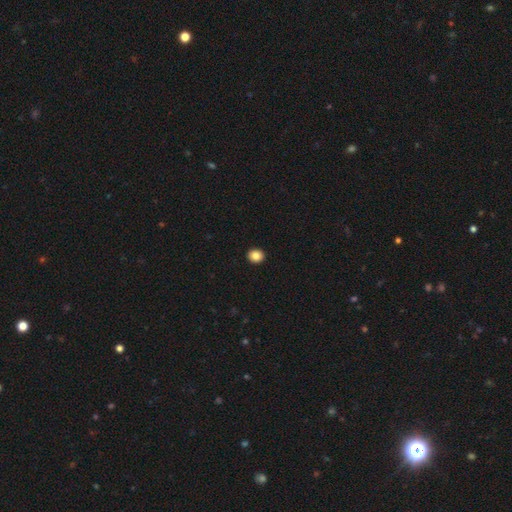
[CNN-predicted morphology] Smooth or featured? Predicted: smooth (p=0.86). How rounded? Predicted: round (p=0.74). Merging? Predicted: none (p=0.93).